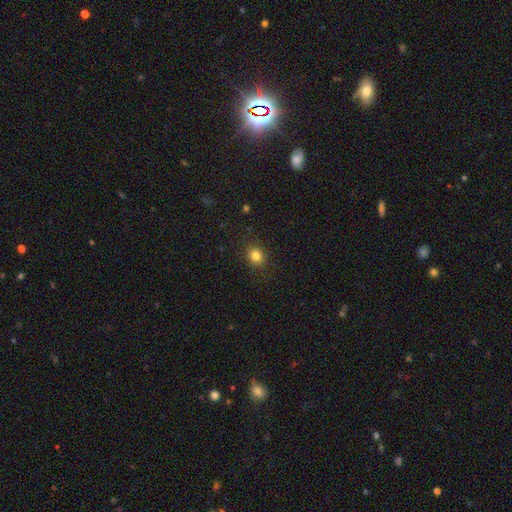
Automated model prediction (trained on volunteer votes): Smooth or featured?
  - smooth: 82% *
  - star or artifact: 13%
  - featured or disk: 5%
How rounded?
  - round: 76% *
  - in between: 23%
  - cigar-shaped: 1%
Merging?
  - none: 89% *
  - minor disturbance: 8%
  - major disturbance: 3%
  - merger: 1%